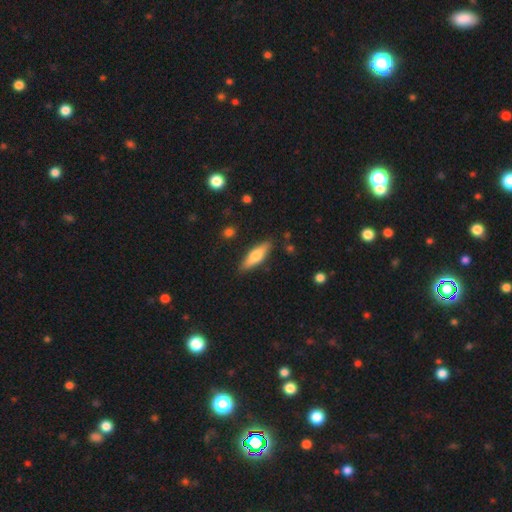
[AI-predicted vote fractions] This appears to be a smooth galaxy with no disk features (58%) that is cigar-shaped (59%). Merging: none (87%).